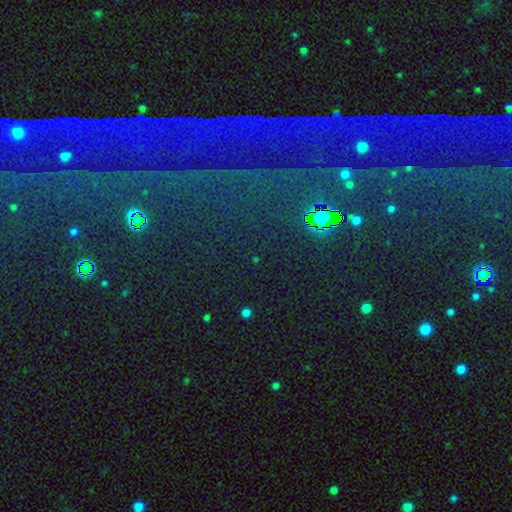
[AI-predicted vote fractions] The model was most divided on "smooth or featured": star or artifact: 82%, smooth: 10%, featured or disk: 8%.